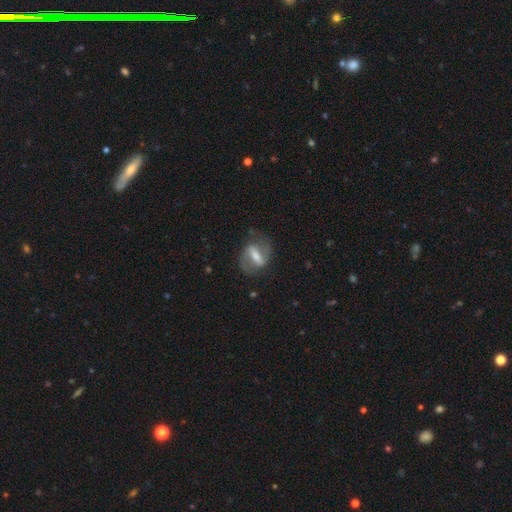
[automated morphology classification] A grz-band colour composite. It shows a featured or disk galaxy (76%) with a strong bar (62%), 2 (88%) medium (50%) spiral arms (84%) and a moderate central bulge (48%). Merging: none (71%).